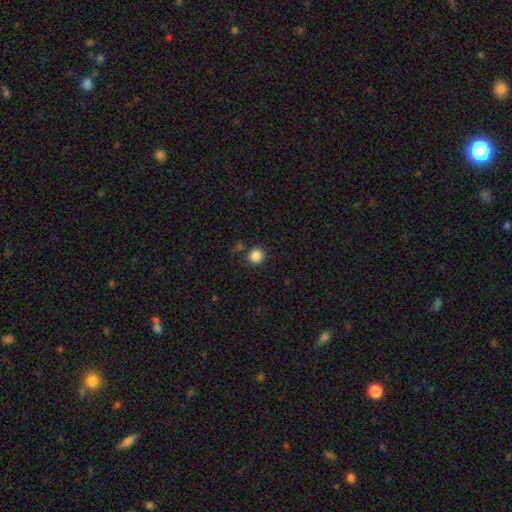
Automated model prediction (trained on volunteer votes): Morphology: type=smooth (86%); roundness=round (91%); merging=none (85%).